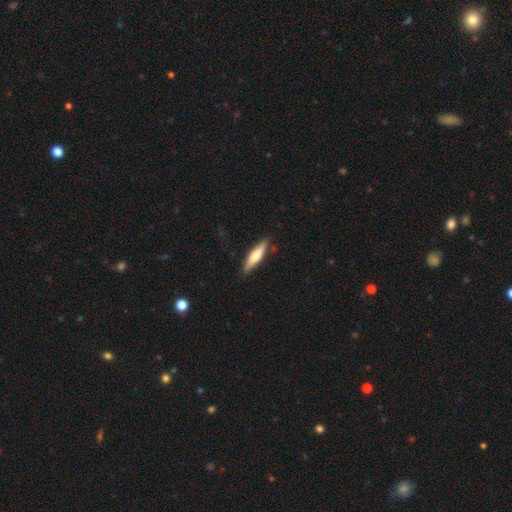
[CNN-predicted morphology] Smooth or featured: smooth — 61% (featured or disk — 34%)
How rounded: cigar-shaped — 77% (in between — 22%)
Merging: none — 85% (minor disturbance — 11%)